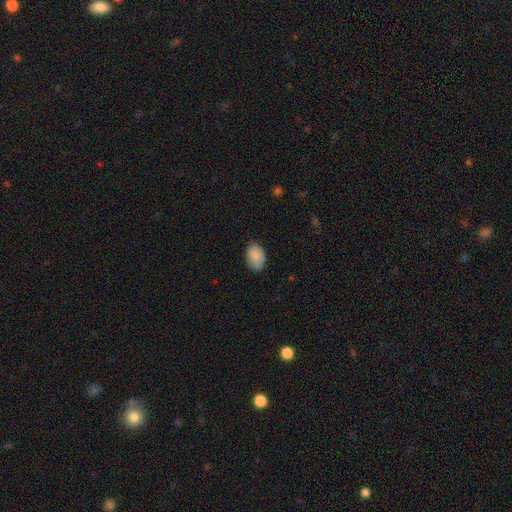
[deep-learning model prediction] Overall: smooth (86%). How rounded: in between (89%). Merging: none (79%).